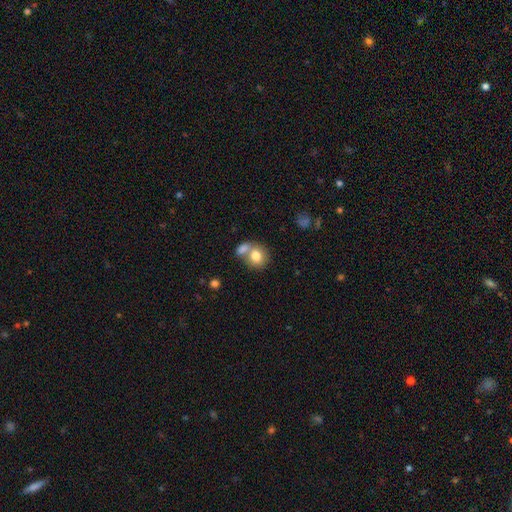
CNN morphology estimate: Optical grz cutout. It shows a smooth galaxy with no disk features (78%) that is round (68%). Merging: merger (48%).